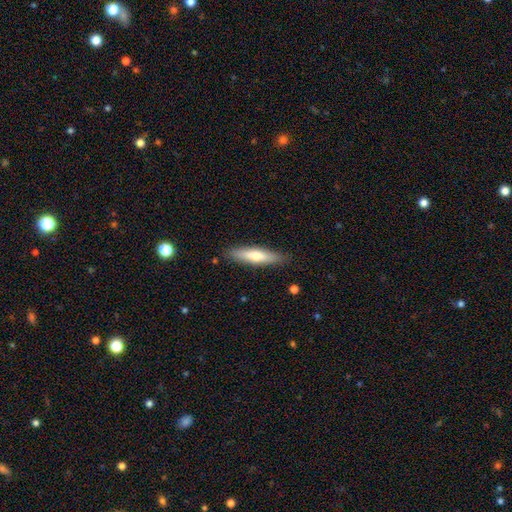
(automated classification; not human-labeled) Smooth or featured: smooth — 62% (featured or disk — 32%)
How rounded: cigar-shaped — 77% (in between — 22%)
Merging: none — 87% (minor disturbance — 10%)